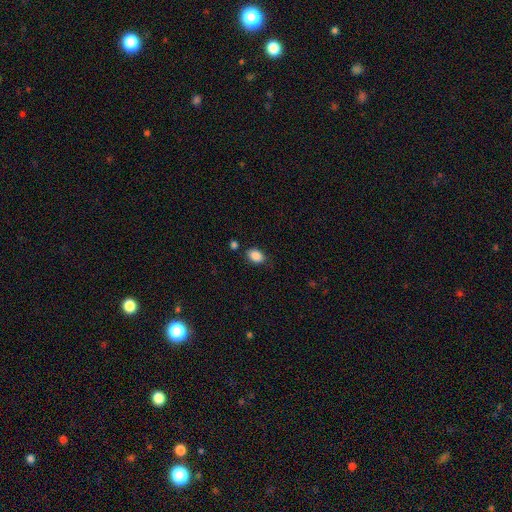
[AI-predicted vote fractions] Smooth or featured? smooth (88%)
How rounded? in between (82%)
Merging? none (78%)